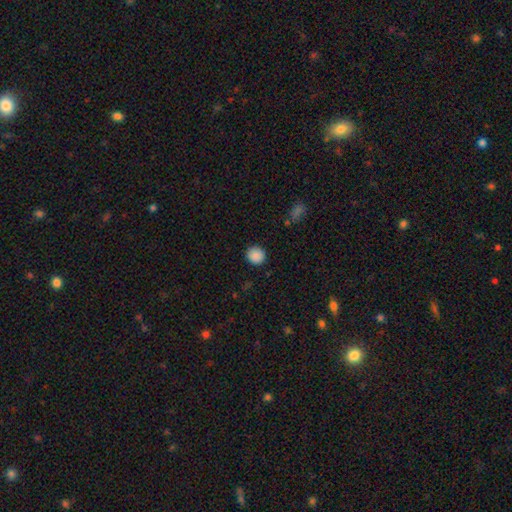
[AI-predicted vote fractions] Smooth or featured? Predicted: smooth (p=0.88). How rounded? Predicted: round (p=0.87). Merging? Predicted: none (p=0.89).